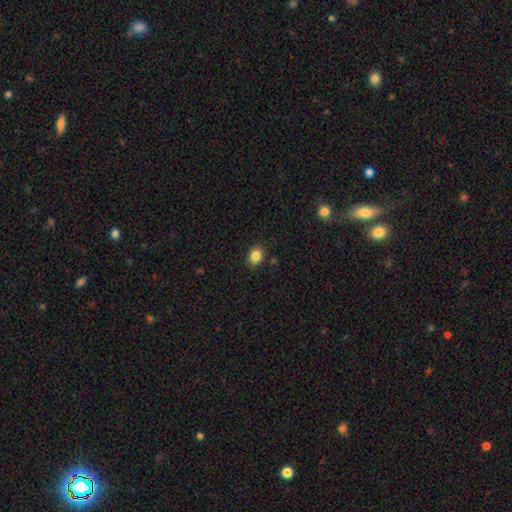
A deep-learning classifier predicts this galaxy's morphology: Overall: smooth (85%). How rounded: in between (57%; round 42%). Merging: none (87%).